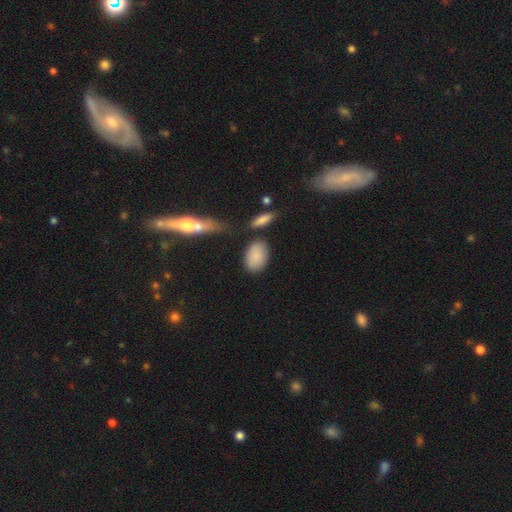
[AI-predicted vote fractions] smooth_or_featured: smooth (p=0.86) [alt: featured or disk p=0.08]
how_rounded: in between (p=0.88) [alt: round p=0.10]
merging: none (p=0.74) [alt: minor disturbance p=0.15]